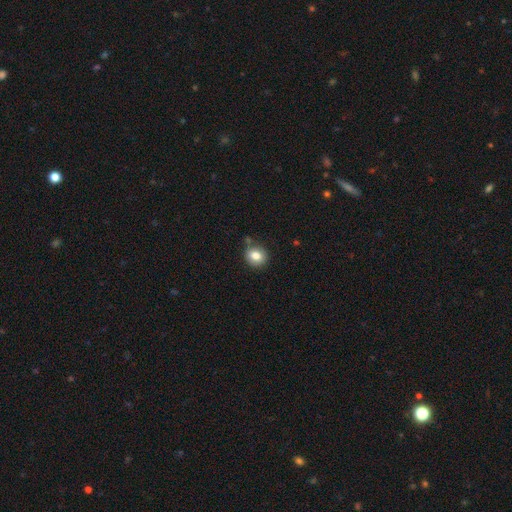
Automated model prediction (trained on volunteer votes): Overall: smooth (81%). How rounded: round (79%). Merging: none (78%).